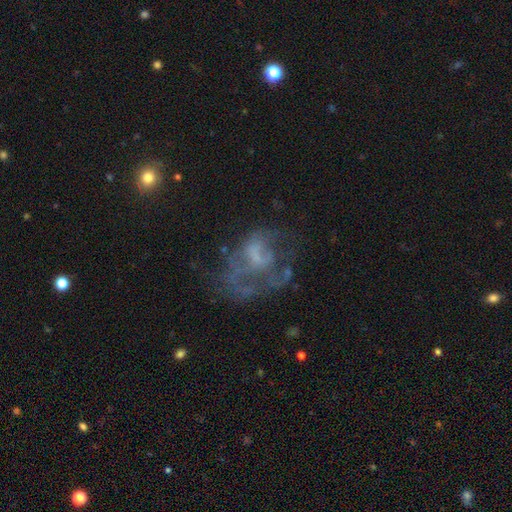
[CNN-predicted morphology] A featured or disk galaxy (60%) with no bar (76%), no spiral arms (70%) and no central bulge (48%). Merging: major disturbance (43%).